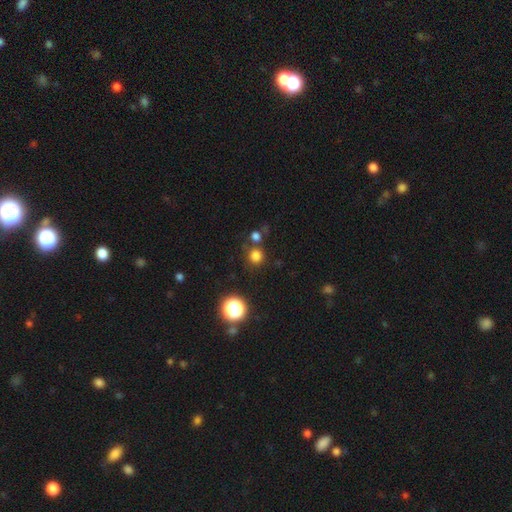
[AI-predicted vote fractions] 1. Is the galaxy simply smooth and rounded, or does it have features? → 77% smooth, 18% star or artifact, 5% featured or disk.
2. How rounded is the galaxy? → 92% round, 7% in between, 1% cigar-shaped.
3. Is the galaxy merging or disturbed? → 76% none, 12% merger, 9% minor disturbance, 4% major disturbance.